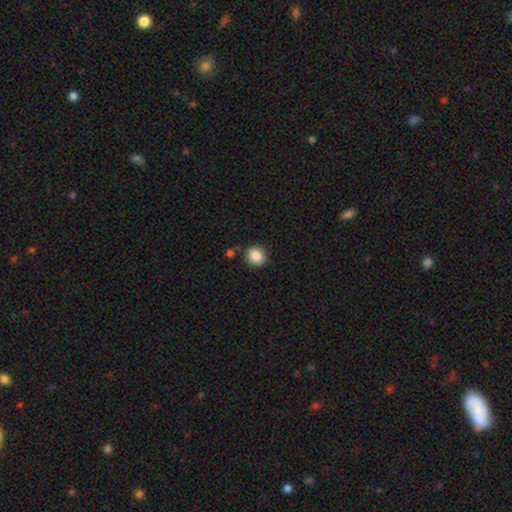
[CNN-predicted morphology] type=smooth (86%); roundness=round (74%); merging=none (83%).